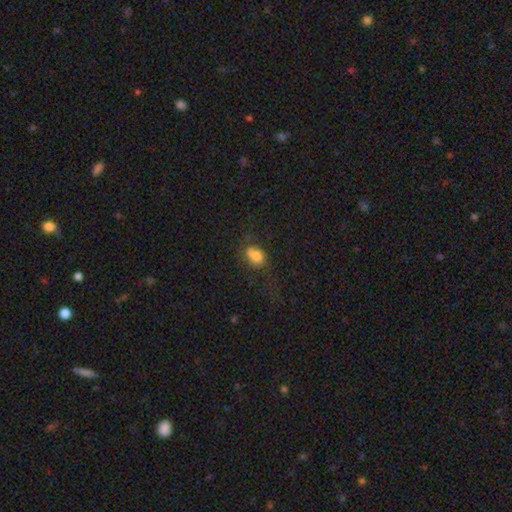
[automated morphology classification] This appears to be a smooth galaxy with no disk features (76%) that is in between round and cigar-shaped (73%). Merging: none (52%).